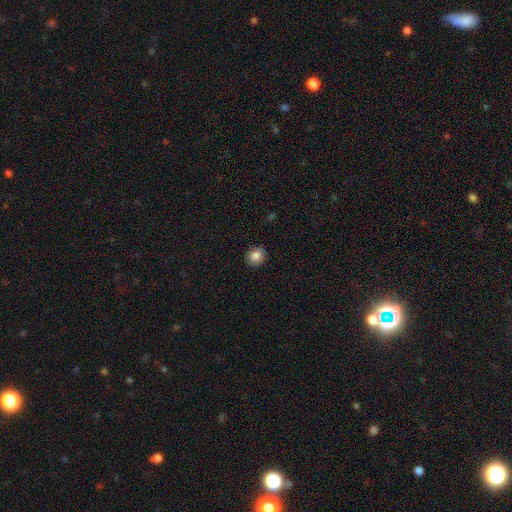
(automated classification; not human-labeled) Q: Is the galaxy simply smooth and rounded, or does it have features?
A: smooth — 85%.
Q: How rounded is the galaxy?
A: round — 71%.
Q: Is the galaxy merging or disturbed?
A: none — 88%.